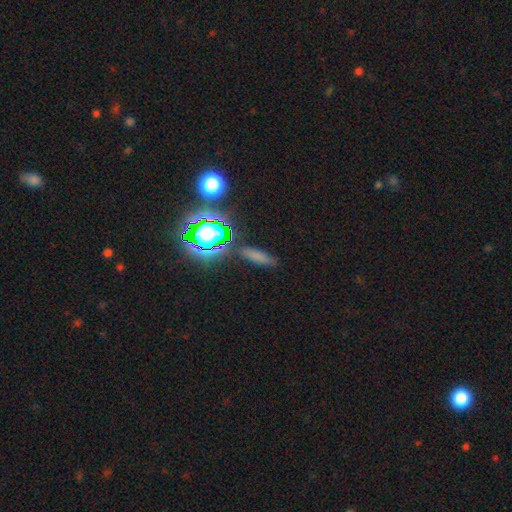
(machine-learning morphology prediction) This is likely a smooth galaxy (62%). How rounded: likely cigar-shaped (66%). Merging: clearly none (82%).